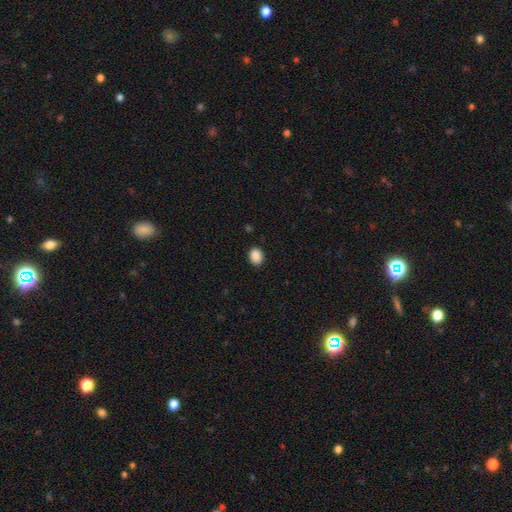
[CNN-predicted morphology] type=smooth (89%); roundness=in between (58%); merging=none (88%).